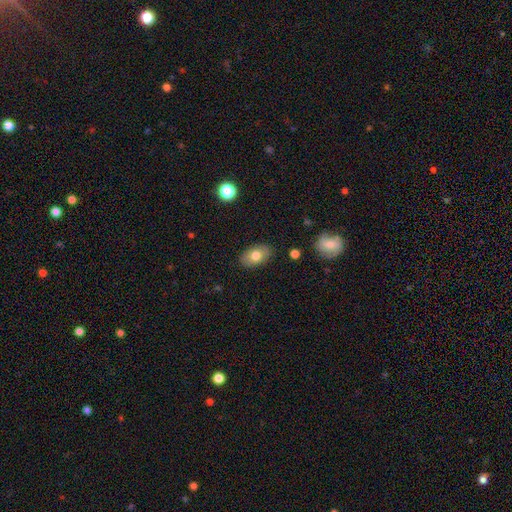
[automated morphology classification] A smooth galaxy with no disk features (76%) that is in between round and cigar-shaped (91%).

Vote fractions:
- Smooth or featured? smooth: 76% / featured or disk: 16% / star or artifact: 8%
- How rounded? in between: 91% / round: 8% / cigar-shaped: 1%
- Merging? none: 86% / minor disturbance: 10% / major disturbance: 2% / merger: 1%